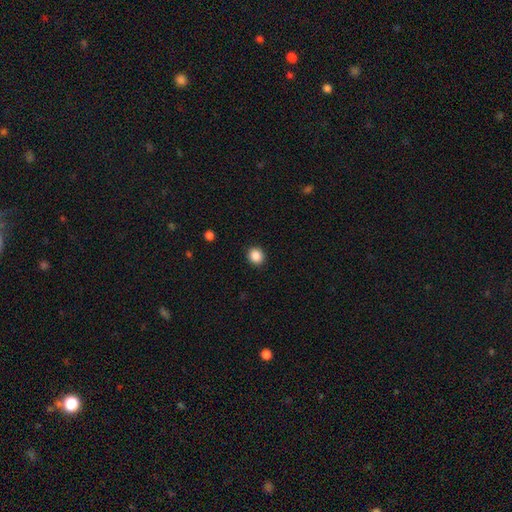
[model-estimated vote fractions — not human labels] Morphology: type=smooth (88%); roundness=round (86%); merging=none (92%).